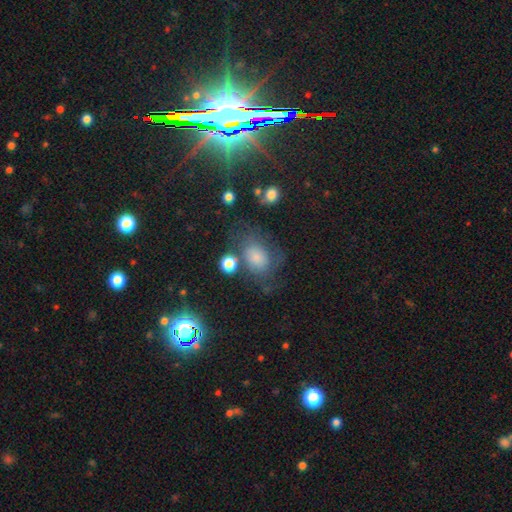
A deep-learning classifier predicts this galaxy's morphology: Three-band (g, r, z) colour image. It shows a smooth galaxy with no disk features (49%). Merging: none (54%).